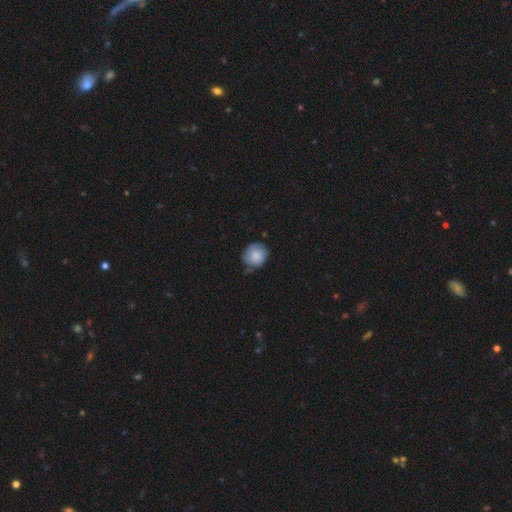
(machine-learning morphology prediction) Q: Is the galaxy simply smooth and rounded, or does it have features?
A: smooth — 76%.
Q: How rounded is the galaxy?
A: round — 83%.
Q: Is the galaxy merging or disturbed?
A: none — 64%.